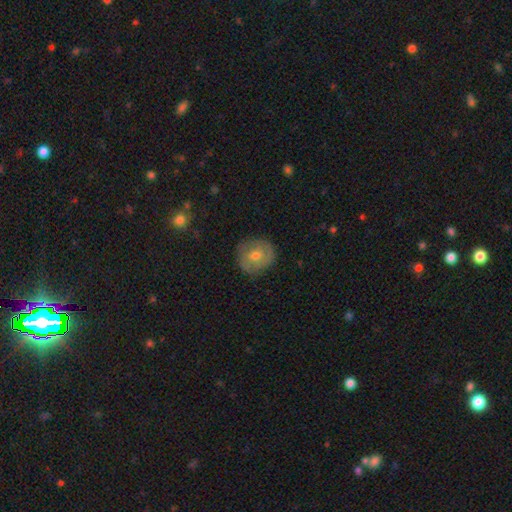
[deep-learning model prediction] This appears to be a smooth galaxy with no disk features (52%) that is round (86%). Merging: none (81%).